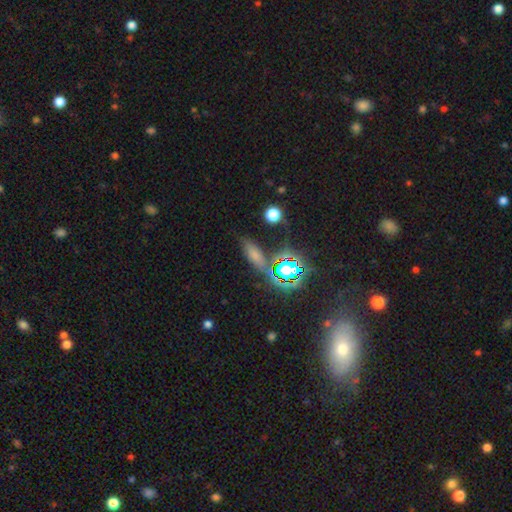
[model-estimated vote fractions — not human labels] smooth-or-featured: smooth: 57% | star or artifact: 29% | featured or disk: 15%
  how-rounded: in between: 56% | cigar-shaped: 37% | round: 8%
  merging: none: 73% | minor disturbance: 15% | major disturbance: 6% | merger: 6%